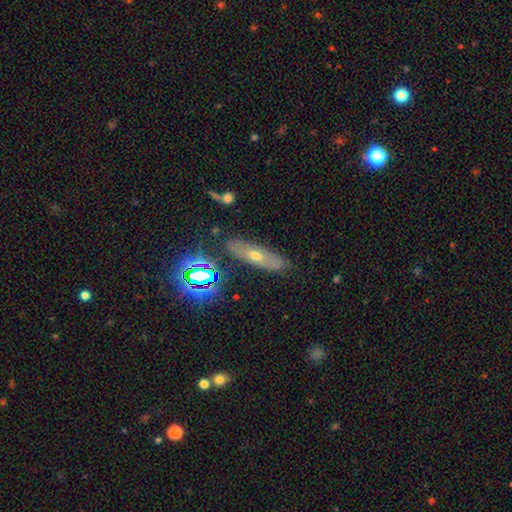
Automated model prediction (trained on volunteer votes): Morphology: type=featured or disk (42%); merging=none (80%).